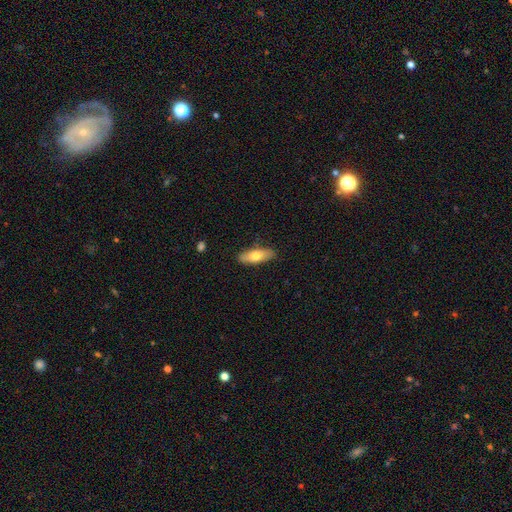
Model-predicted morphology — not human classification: smooth_or_featured: smooth (p=0.67) [alt: featured or disk p=0.27]
how_rounded: in between (p=0.63) [alt: cigar-shaped p=0.34]
merging: none (p=0.86) [alt: minor disturbance p=0.11]